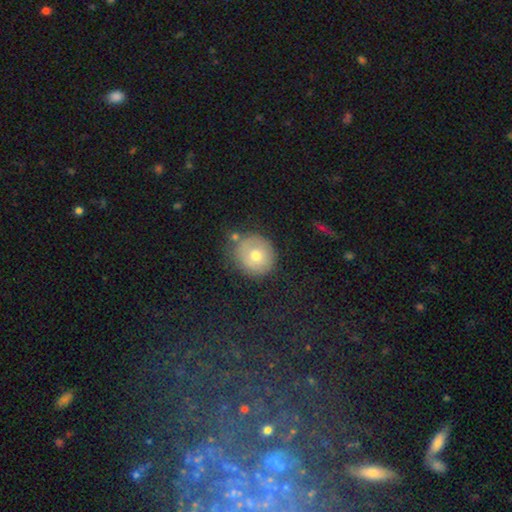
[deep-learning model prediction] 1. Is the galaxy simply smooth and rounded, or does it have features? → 69% smooth, 20% featured or disk, 11% star or artifact.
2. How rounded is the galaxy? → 87% round, 12% in between, 1% cigar-shaped.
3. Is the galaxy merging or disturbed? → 70% none, 19% minor disturbance, 6% major disturbance, 6% merger.